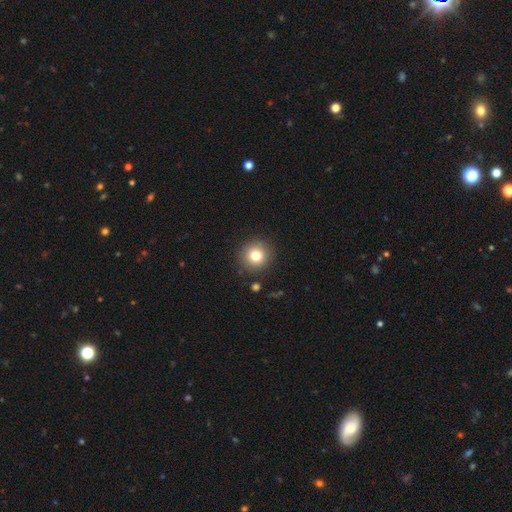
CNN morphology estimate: This appears to be a smooth galaxy with no disk features (78%) that is round (94%). Merging: none (88%).